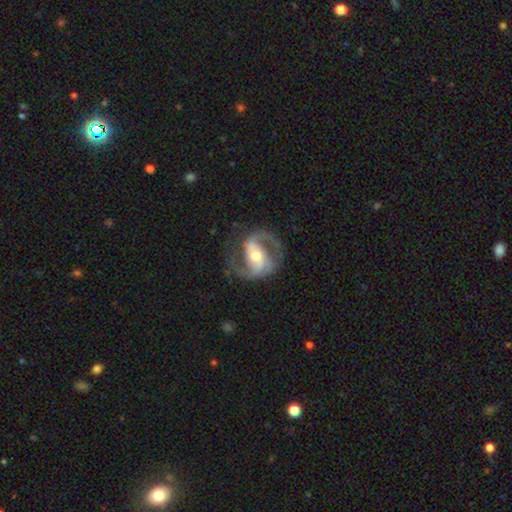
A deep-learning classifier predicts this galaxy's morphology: featured or disk 89%, smooth 7%, star or artifact 4%. Down the decision tree: edge-on disk — no (97%); bar — strong (39%); spiral arms — yes (96%); spiral arm count — 2 (91%); spiral winding — medium (57%); bulge size — moderate (67%); merging — none (74%).